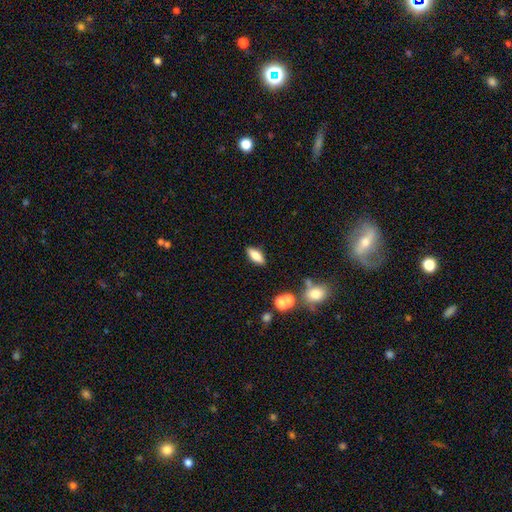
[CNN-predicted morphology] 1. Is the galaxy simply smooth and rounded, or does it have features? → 76% smooth, 15% featured or disk, 9% star or artifact.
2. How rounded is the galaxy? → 71% in between, 26% cigar-shaped, 3% round.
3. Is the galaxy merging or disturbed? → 86% none, 9% minor disturbance, 3% major disturbance, 2% merger.